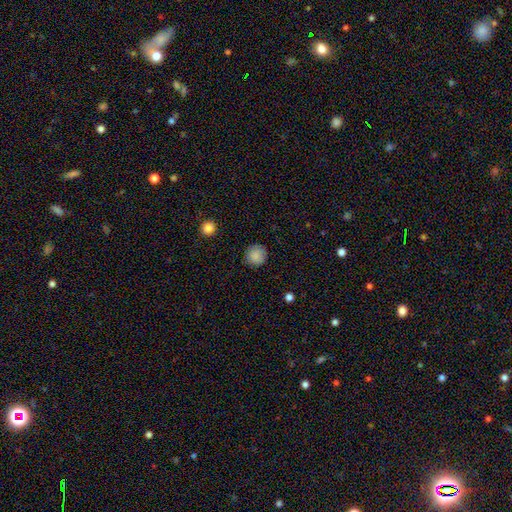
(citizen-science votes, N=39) This appears to be a smooth galaxy with no disk features (90%) that is round (97%). Merging: none (95%).